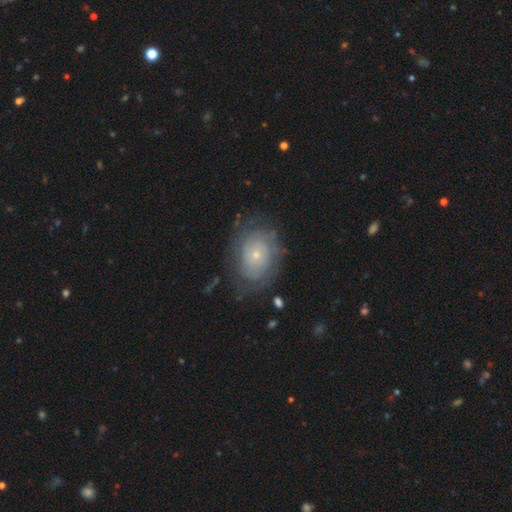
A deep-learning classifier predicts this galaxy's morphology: This is likely a featured or disk galaxy (68%). It is clearly not viewed edge-on (96%). Bar: clearly no (85%). Spiral arm pattern: likely yes (80%). Spiral arm count: possibly can't tell (58%). Spiral winding: likely tight (73%). Central bulge: likely small (75%). Merging: likely none (69%).